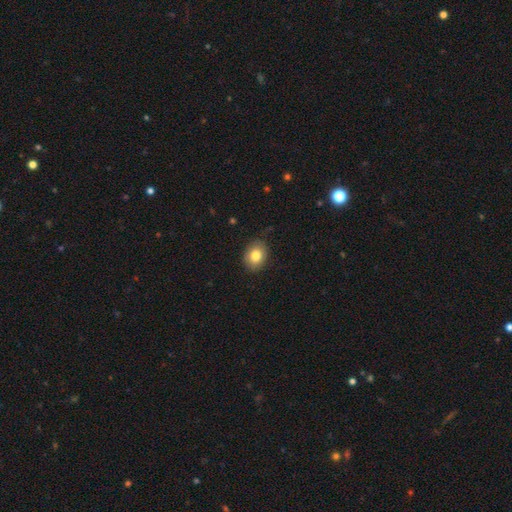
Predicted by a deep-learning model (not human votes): Morphology: type=smooth (82%); roundness=in between (59%); merging=none (84%).